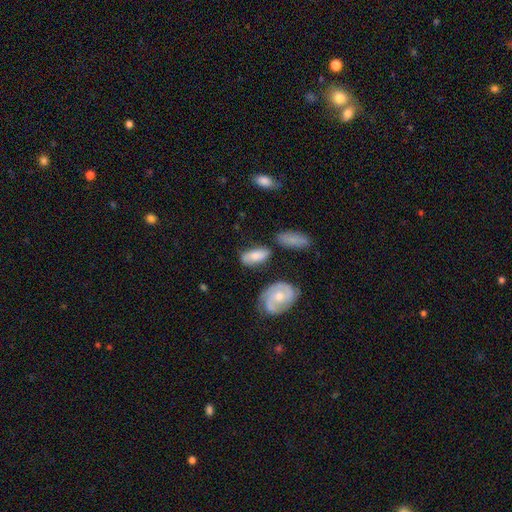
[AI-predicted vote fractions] Smooth or featured: smooth — 66% (featured or disk — 28%)
How rounded: in between — 85% (cigar-shaped — 11%)
Merging: none — 66% (minor disturbance — 20%)